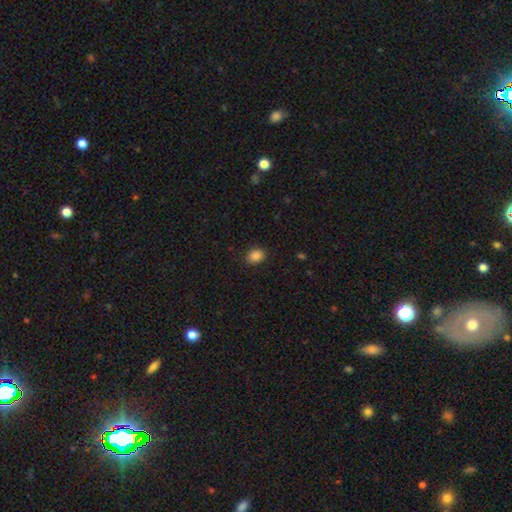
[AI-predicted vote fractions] This is clearly a smooth galaxy (87%). How rounded: possibly in between (56%). Merging: clearly none (89%).